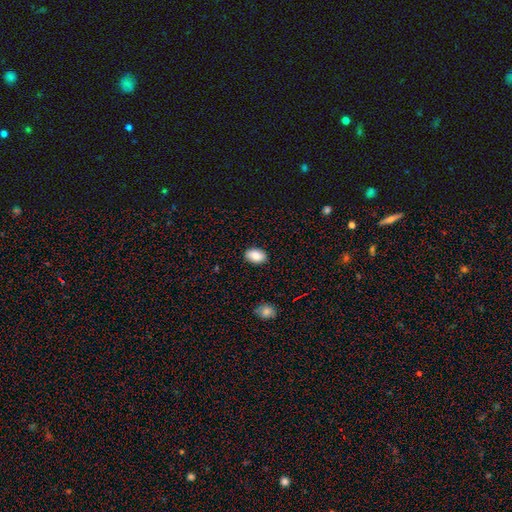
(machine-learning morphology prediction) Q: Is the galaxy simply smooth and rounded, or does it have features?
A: smooth — 87%.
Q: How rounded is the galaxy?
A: in between — 89%.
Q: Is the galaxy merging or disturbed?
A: none — 88%.